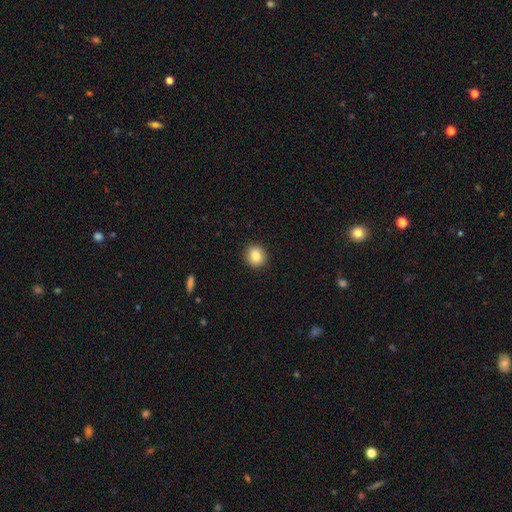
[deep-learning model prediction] smooth-or-featured: smooth: 84% | star or artifact: 9% | featured or disk: 7%
  how-rounded: round: 85% | in between: 14% | cigar-shaped: 1%
  merging: none: 92% | minor disturbance: 5% | major disturbance: 2% | merger: 1%